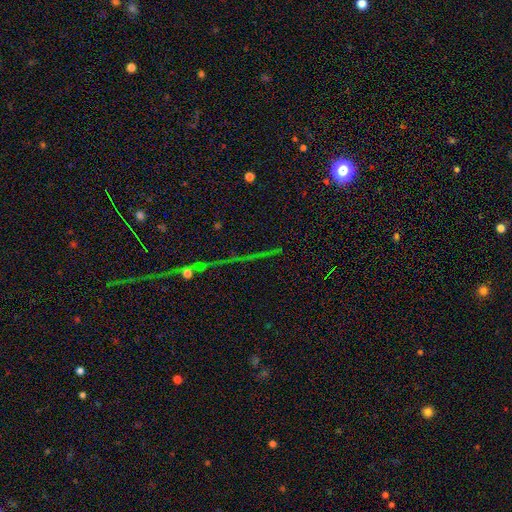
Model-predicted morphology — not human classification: Smooth or featured? star or artifact (74%)